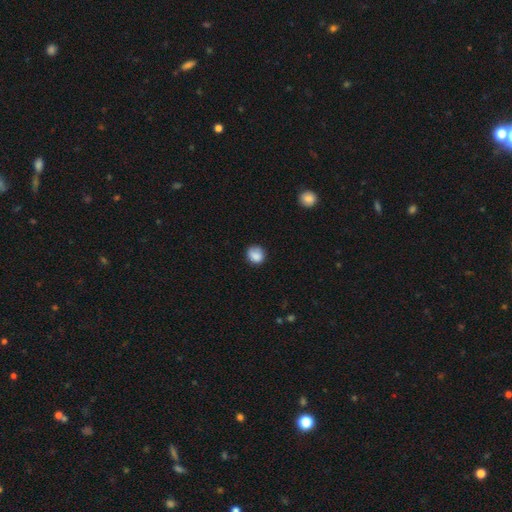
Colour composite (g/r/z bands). It shows a smooth galaxy with no disk features (87%) that is round (88%). Merging: none (63%).